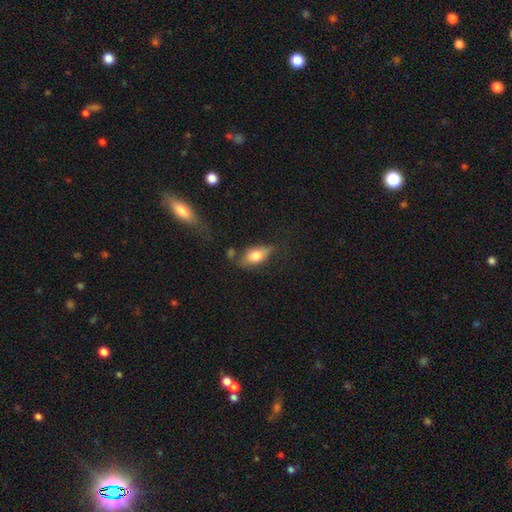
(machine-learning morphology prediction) Smooth or featured? Predicted: smooth (p=0.69). How rounded? Predicted: in between (p=0.85). Merging? Predicted: none (p=0.58).